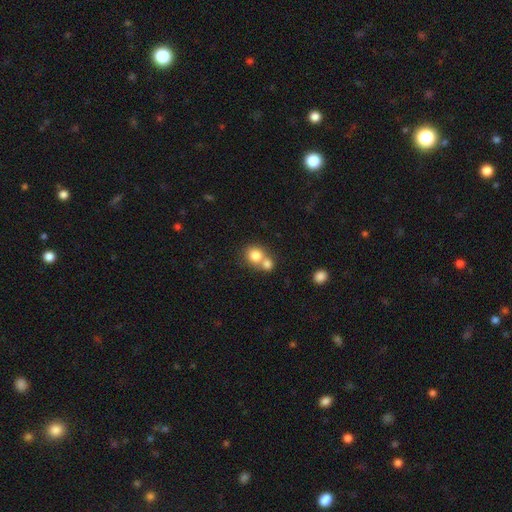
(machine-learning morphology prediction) Overall: smooth (79%). How rounded: round (80%). Merging: merger (56%; none 36%).